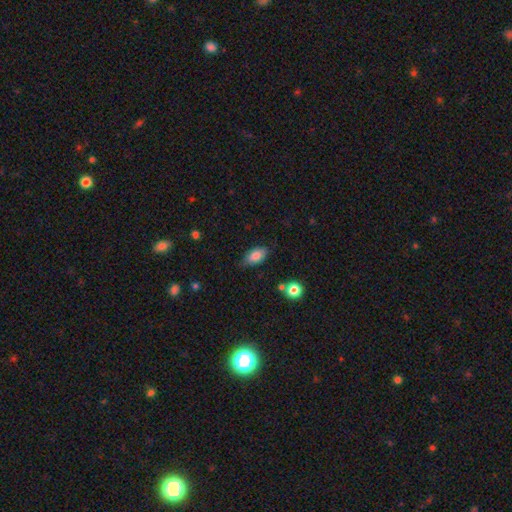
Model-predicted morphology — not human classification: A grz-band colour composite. It shows a smooth galaxy with no disk features (83%) that is in between round and cigar-shaped (90%). Merging: none (74%).